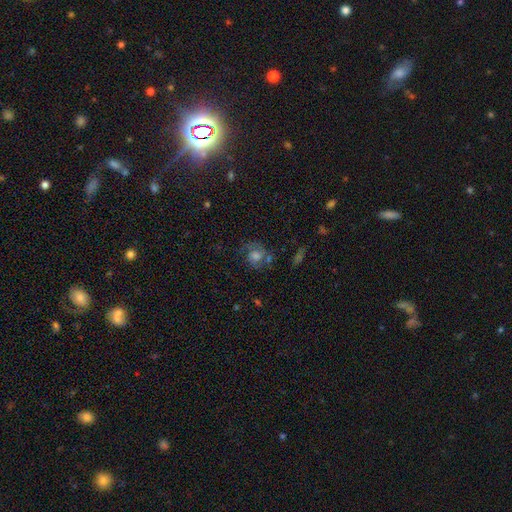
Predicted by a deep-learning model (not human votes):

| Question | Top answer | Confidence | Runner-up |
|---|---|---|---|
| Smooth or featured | featured or disk | 55% | smooth (30%) |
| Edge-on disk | no | 97% | yes (3%) |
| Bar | no | 70% | weak (25%) |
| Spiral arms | yes | 84% | no (16%) |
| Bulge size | moderate | 46% | large (27%) |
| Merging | none | 57% | minor disturbance (19%) |